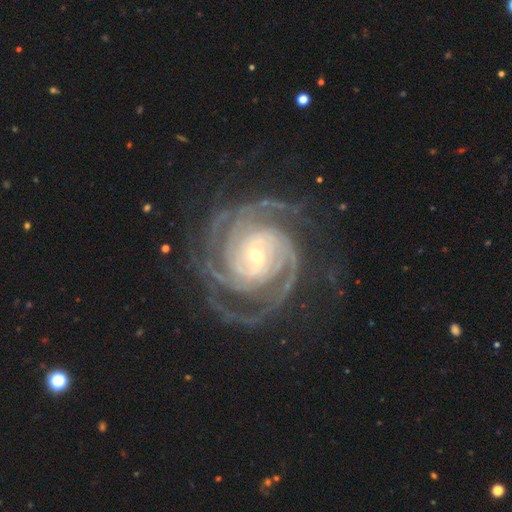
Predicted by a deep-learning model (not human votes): Smooth or featured? Predicted: featured or disk (p=0.93). Edge-on disk? Predicted: no (p=0.98). Bar? Predicted: no (p=0.46). Spiral arms? Predicted: yes (p=0.99). Spiral winding? Predicted: tight (p=0.72). Spiral arm count? Predicted: 3 (p=0.25). Bulge size? Predicted: small (p=0.66). Merging? Predicted: none (p=0.74).